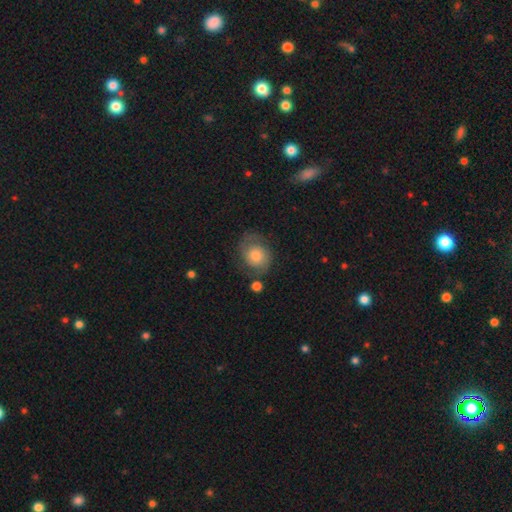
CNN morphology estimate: Overall: featured or disk (55%; smooth 37%). Edge-on disk: no (97%). Bar: no (80%). Spiral arms: yes (84%). Bulge size: moderate (51%; large 23%). Merging: none (66%).